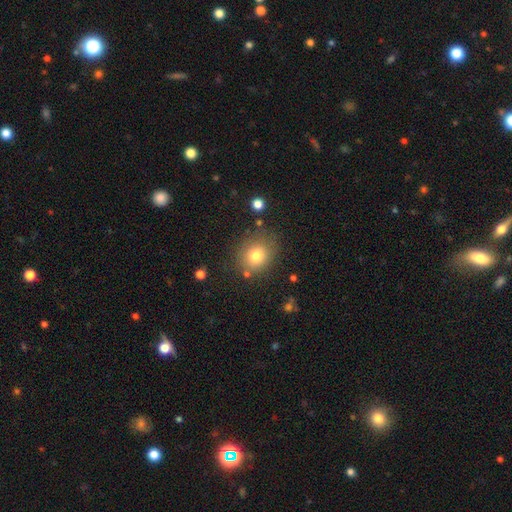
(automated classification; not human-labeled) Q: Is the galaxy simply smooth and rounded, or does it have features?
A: smooth — 76%.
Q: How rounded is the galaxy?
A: round — 67%.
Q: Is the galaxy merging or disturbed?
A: none — 74%.